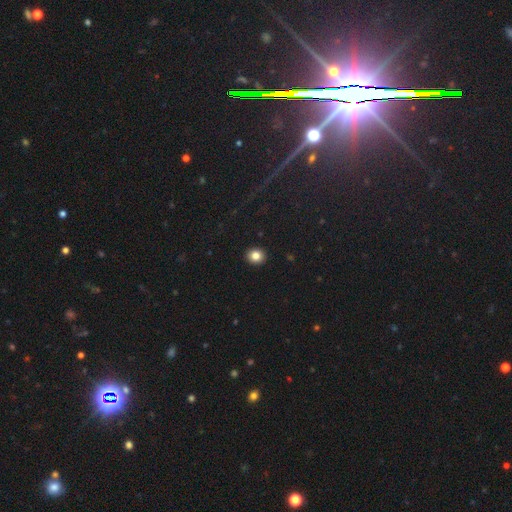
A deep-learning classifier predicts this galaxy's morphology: This appears to be a smooth galaxy with no disk features (84%) that is round (75%). Merging: none (93%).